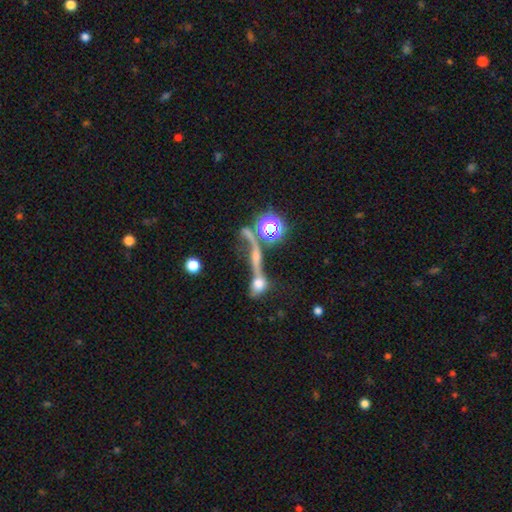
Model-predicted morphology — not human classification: Smooth or featured? Predicted: featured or disk (p=0.52). Edge-on disk? Predicted: no (p=0.53). Merging? Predicted: merger (p=0.44).